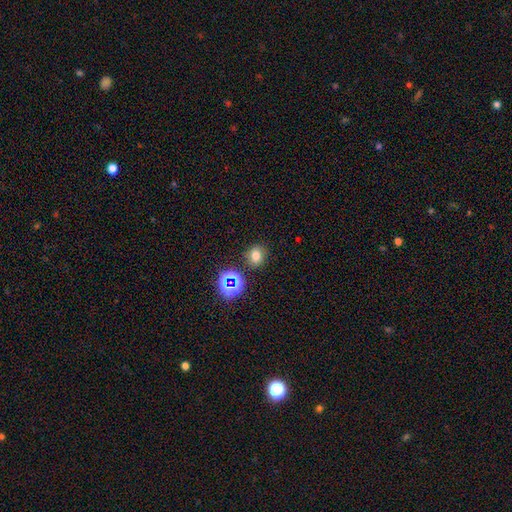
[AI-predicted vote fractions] This appears to be a smooth galaxy with no disk features (69%) that is round (68%). Merging: none (81%).